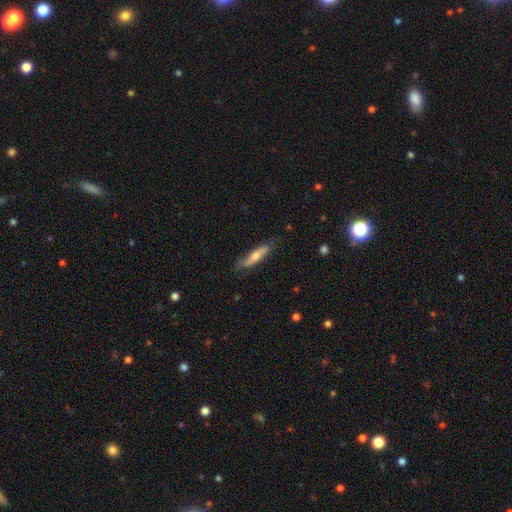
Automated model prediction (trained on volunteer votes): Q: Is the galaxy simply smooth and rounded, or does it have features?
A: smooth — 49%.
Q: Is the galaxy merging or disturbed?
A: none — 76%.